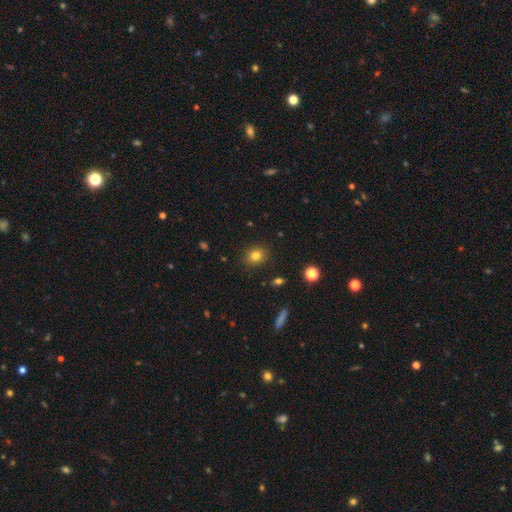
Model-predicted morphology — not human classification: This is clearly a smooth galaxy (80%). How rounded: likely round (67%). Merging: clearly none (88%).